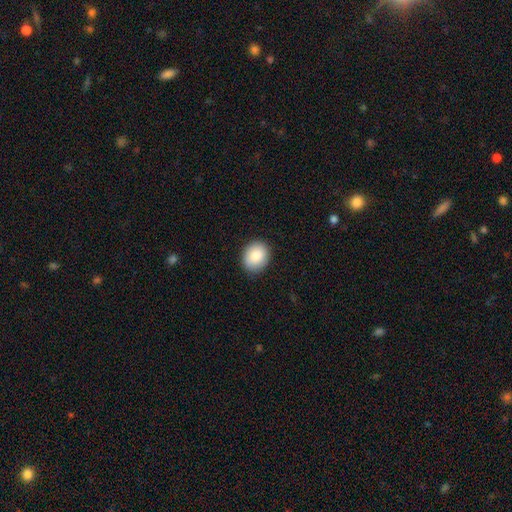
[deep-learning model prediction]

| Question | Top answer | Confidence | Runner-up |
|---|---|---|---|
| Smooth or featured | smooth | 87% | star or artifact (7%) |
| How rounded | round | 56% | in between (43%) |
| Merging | none | 89% | minor disturbance (8%) |